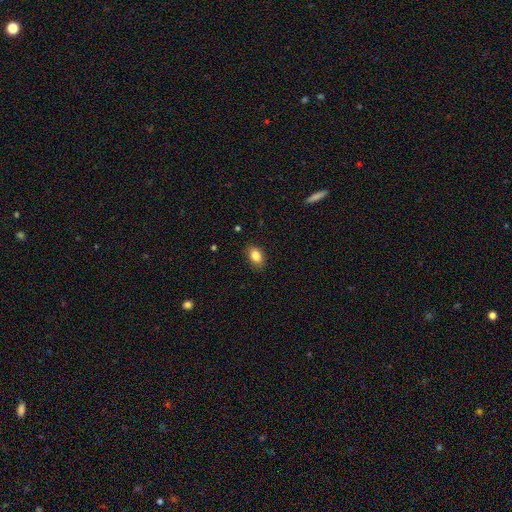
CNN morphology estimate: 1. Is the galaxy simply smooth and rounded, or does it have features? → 84% smooth, 8% star or artifact, 8% featured or disk.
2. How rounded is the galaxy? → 84% in between, 14% round, 2% cigar-shaped.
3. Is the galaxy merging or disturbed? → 84% none, 12% minor disturbance, 3% major disturbance, 1% merger.